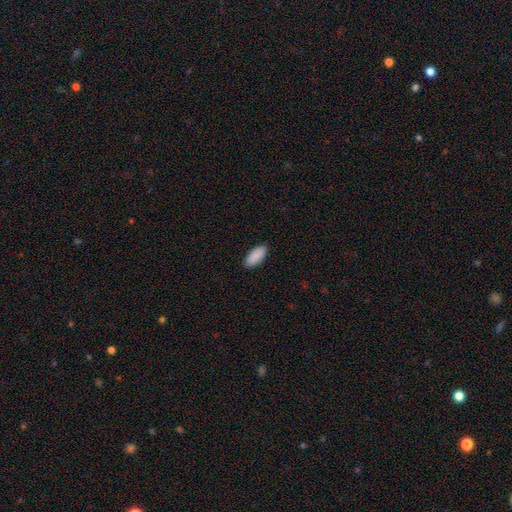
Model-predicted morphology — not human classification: Smooth or featured: smooth — 91% (star or artifact — 6%)
How rounded: in between — 90% (cigar-shaped — 8%)
Merging: none — 89% (minor disturbance — 8%)